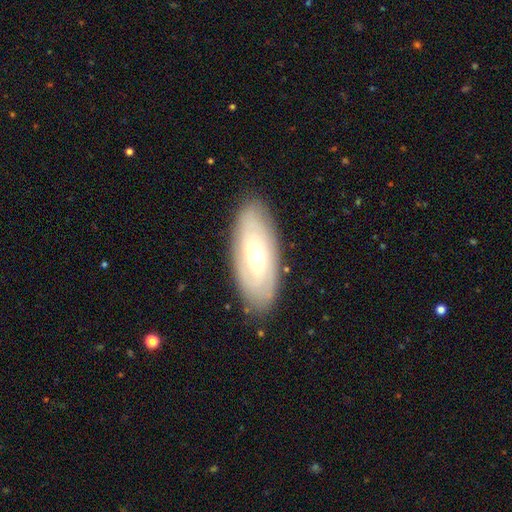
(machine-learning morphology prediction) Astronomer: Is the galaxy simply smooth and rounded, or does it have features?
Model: featured or disk — 62%.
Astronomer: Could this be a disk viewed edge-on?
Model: no — 85%.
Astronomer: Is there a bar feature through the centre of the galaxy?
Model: no — 73%.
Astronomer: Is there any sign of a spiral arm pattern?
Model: yes — 71%.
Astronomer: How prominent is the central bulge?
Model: moderate — 54% (runner-up: small, 41%).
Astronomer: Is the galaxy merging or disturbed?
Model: none — 85%.